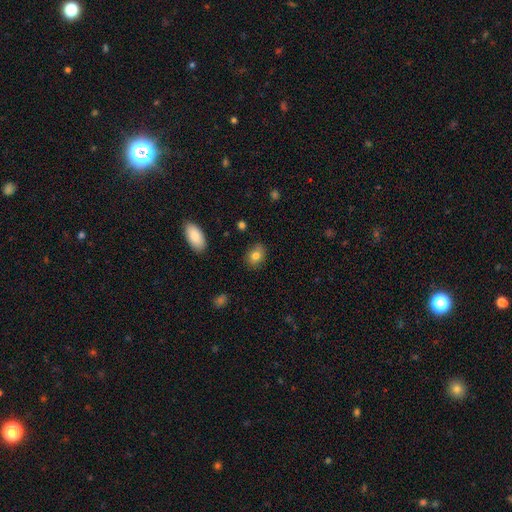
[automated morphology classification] type=smooth (80%); roundness=in between (62%); merging=none (84%).